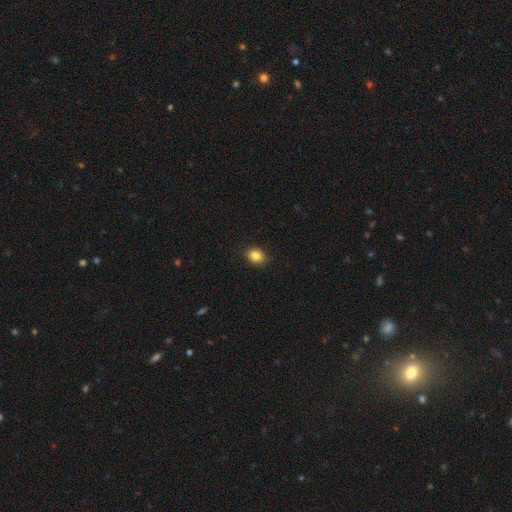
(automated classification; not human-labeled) A smooth galaxy with no disk features (86%) that is in between round and cigar-shaped (56%). Merging: none (88%).